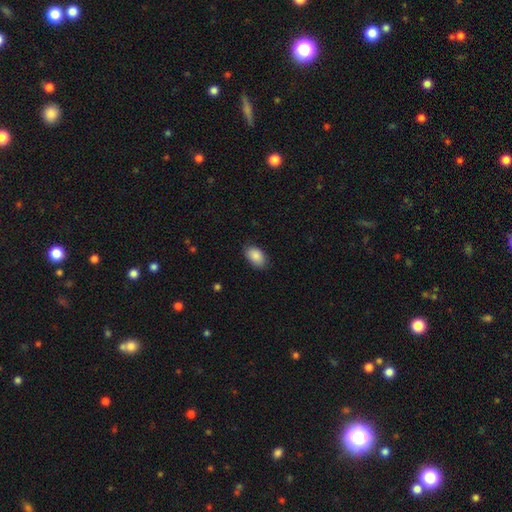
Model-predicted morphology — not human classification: A smooth galaxy with no disk features (89%) that is in between round and cigar-shaped (92%). Merging: none (83%).